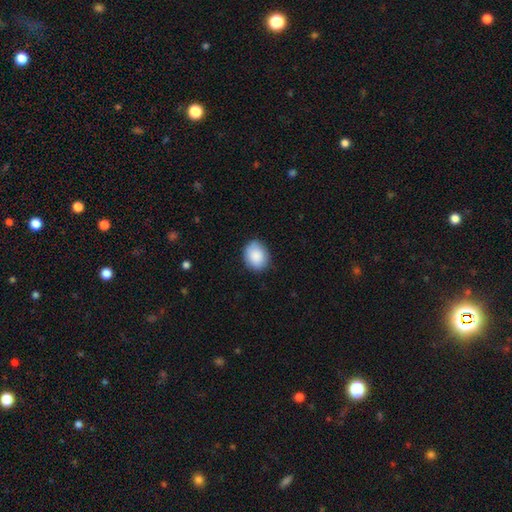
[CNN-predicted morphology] The model was most divided on "how rounded": round: 50%, in between: 49%, cigar-shaped: 1%. More confident: smooth or featured — smooth (88%); merging — none (84%).